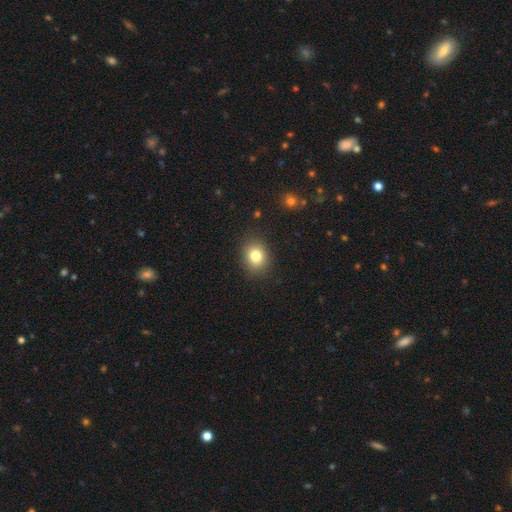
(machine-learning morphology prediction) smooth 80%, star or artifact 11%, featured or disk 9%. Down the decision tree: how rounded — round (59%); merging — none (87%).